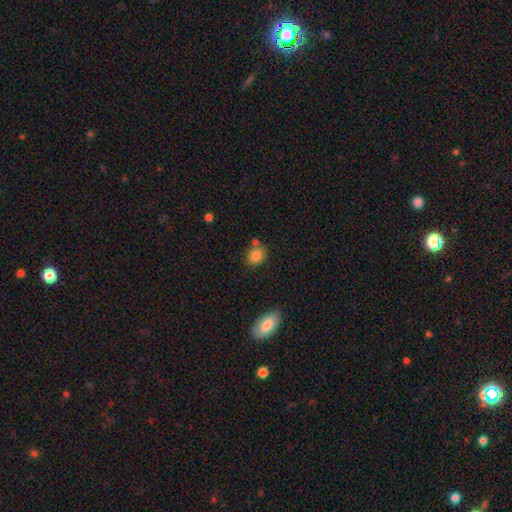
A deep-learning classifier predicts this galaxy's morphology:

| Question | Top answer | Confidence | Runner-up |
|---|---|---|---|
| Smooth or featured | smooth | 83% | star or artifact (10%) |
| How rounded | round | 59% | in between (40%) |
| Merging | none | 67% | merger (15%) |